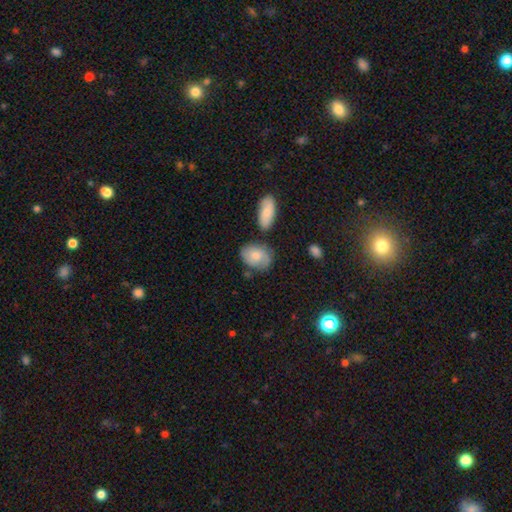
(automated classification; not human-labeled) smooth-or-featured: smooth: 63% | featured or disk: 30% | star or artifact: 7%
  how-rounded: in between: 66% | round: 32% | cigar-shaped: 1%
  merging: none: 62% | minor disturbance: 21% | merger: 10% | major disturbance: 6%